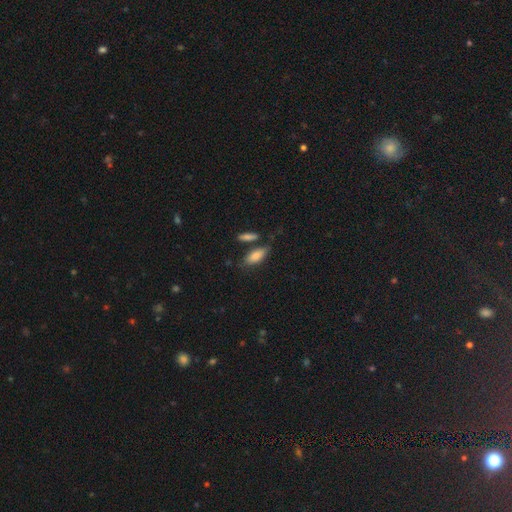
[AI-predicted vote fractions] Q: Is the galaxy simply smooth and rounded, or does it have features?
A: smooth — 82%.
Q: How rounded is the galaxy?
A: in between — 73%.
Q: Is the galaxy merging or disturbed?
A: none — 69%.